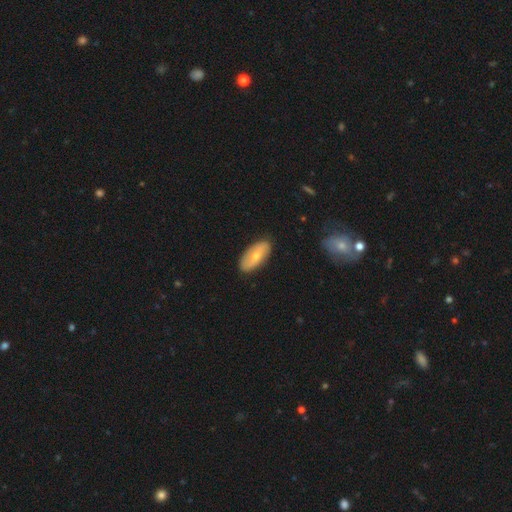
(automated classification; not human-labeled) Q: Smooth or featured?
A: smooth (51%); runner-up: featured or disk (43%)
Q: How rounded?
A: in between (89%); runner-up: cigar-shaped (8%)
Q: Merging?
A: none (85%); runner-up: minor disturbance (11%)